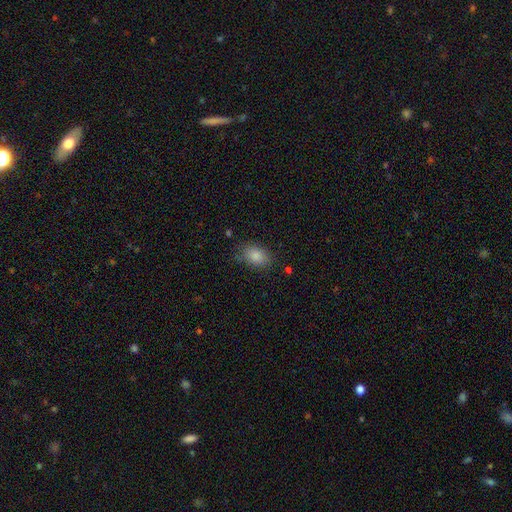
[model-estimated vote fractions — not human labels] This appears to be a smooth galaxy with no disk features (86%) that is in between round and cigar-shaped (82%). Merging: none (77%).